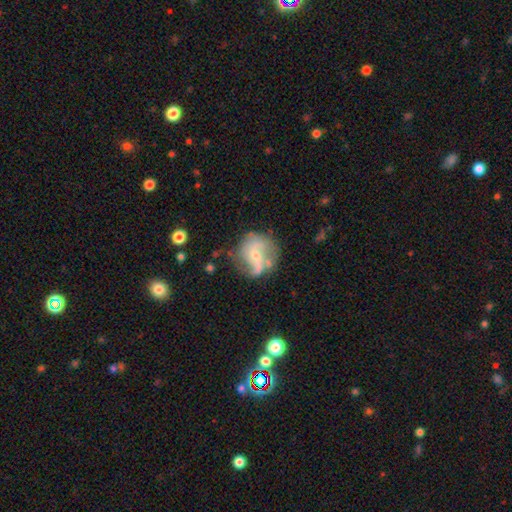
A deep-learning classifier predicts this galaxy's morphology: This appears to be a featured or disk galaxy (71%) with no bar (48%), 2 (65%) loose (48%) spiral arms (85%) and a small central bulge (57%). Merging: none (53%).